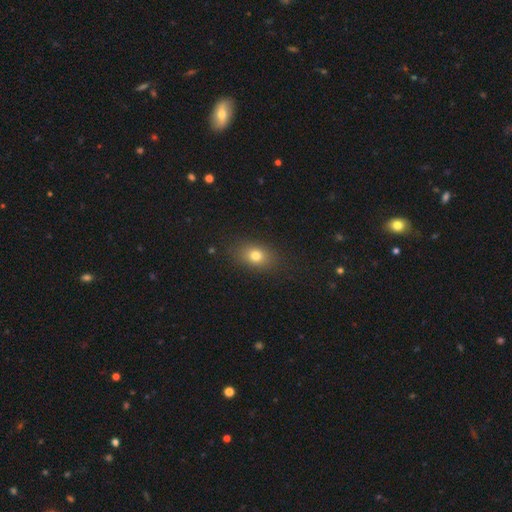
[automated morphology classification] This appears to be a smooth galaxy with no disk features (77%) that is in between round and cigar-shaped (71%). Merging: none (85%).